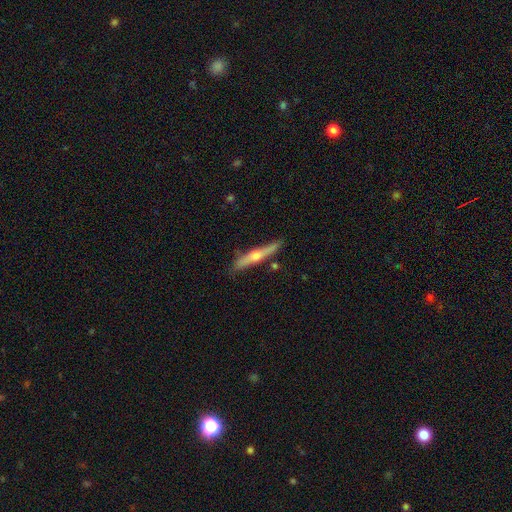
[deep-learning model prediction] featured or disk 62%, smooth 32%, star or artifact 5%. Down the decision tree: edge-on disk — yes (96%); edge-on bulge — rounded (88%); merging — none (83%).